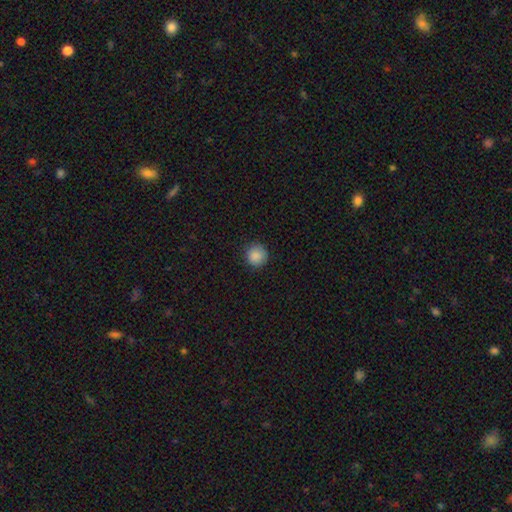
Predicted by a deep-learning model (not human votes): Morphology: type=smooth (88%); roundness=round (95%); merging=none (89%).